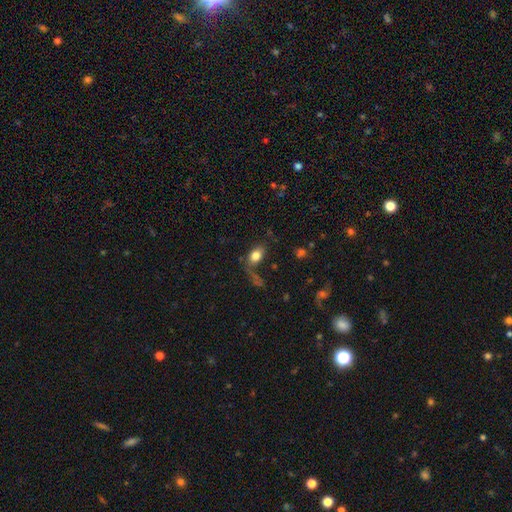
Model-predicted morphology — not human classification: This appears to be a smooth galaxy with no disk features (81%) that is in between round and cigar-shaped (81%). Merging: none (58%).